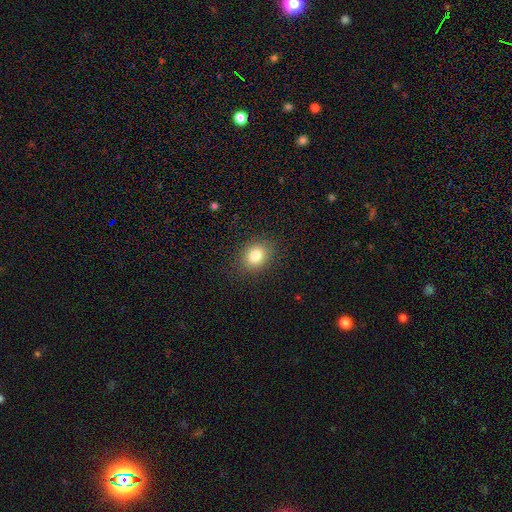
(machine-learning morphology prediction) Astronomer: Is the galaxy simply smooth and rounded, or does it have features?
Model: smooth — 80%.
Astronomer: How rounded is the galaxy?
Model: round — 56% (runner-up: in between, 43%).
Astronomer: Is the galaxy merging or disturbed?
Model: none — 87%.